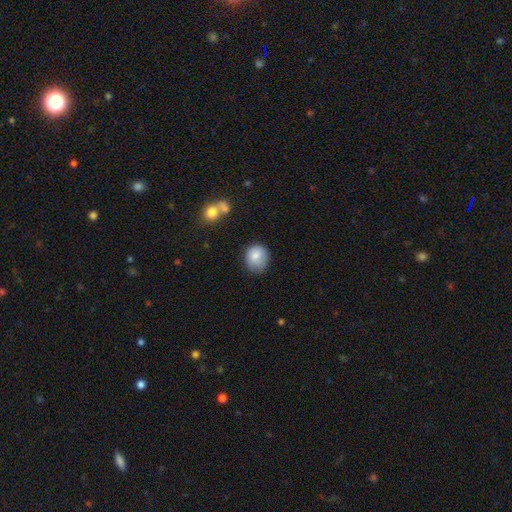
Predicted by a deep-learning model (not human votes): This is clearly a smooth galaxy (82%). How rounded: likely round (73%). Merging: likely none (65%).